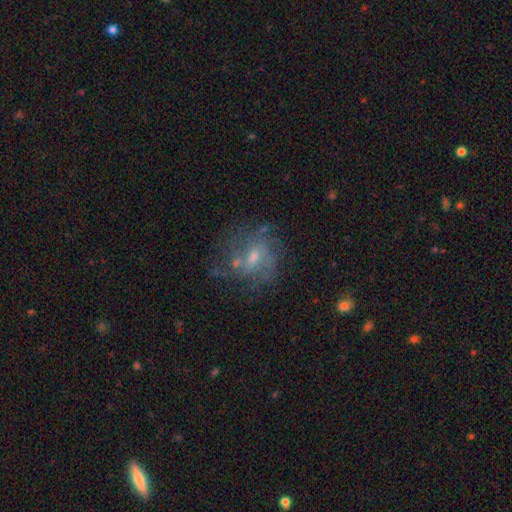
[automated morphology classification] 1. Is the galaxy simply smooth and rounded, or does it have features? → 62% featured or disk, 26% smooth, 12% star or artifact.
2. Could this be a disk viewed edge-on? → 97% no, 3% yes.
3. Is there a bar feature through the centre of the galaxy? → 46% no (tied), 46% weak (tied), 8% strong.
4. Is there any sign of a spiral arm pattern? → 68% yes, 32% no.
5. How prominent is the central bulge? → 45% small, 44% moderate, 7% none, 3% large, 1% dominant.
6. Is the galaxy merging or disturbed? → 54% none, 20% minor disturbance, 19% major disturbance, 7% merger.